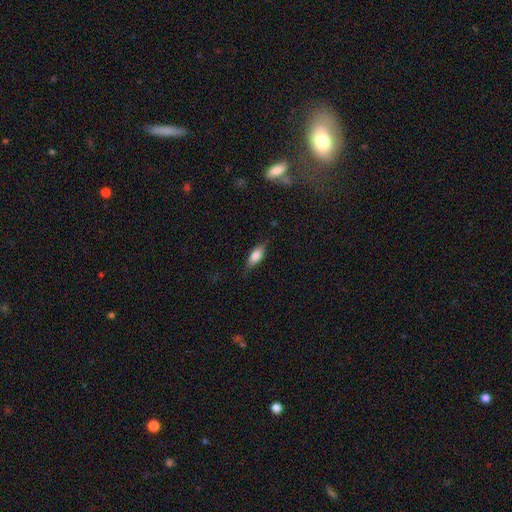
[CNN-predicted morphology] Q: Smooth or featured?
A: smooth (71%); runner-up: featured or disk (22%)
Q: How rounded?
A: in between (74%); runner-up: cigar-shaped (23%)
Q: Merging?
A: none (76%); runner-up: minor disturbance (18%)